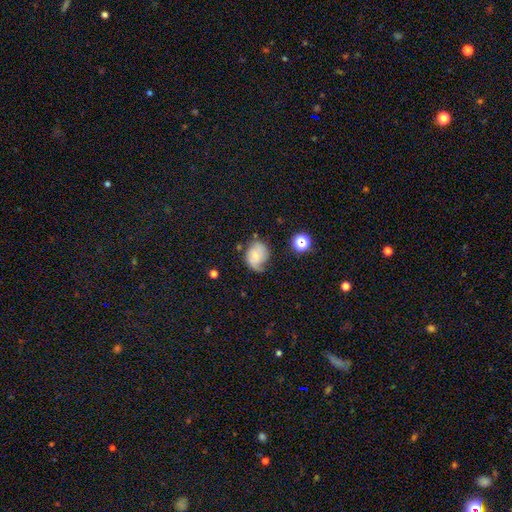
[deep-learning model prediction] smooth_or_featured: smooth (p=0.58) [alt: featured or disk p=0.30]
how_rounded: round (p=0.53) [alt: in between p=0.47]
merging: none (p=0.41) [alt: minor disturbance p=0.38]